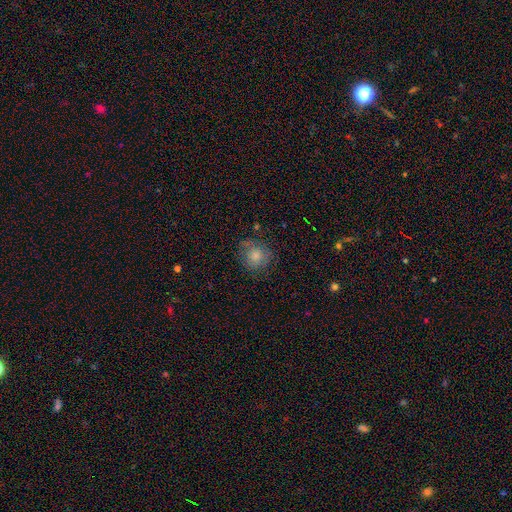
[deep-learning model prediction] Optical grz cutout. It shows a smooth galaxy with no disk features (74%) that is round (83%). Merging: none (66%).